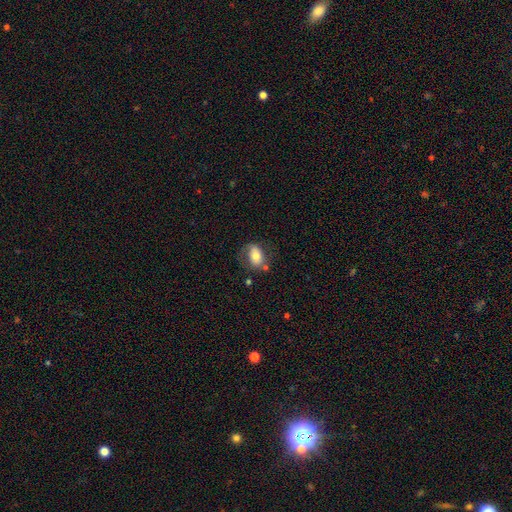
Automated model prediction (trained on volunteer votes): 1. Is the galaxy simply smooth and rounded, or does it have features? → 65% smooth, 28% featured or disk, 7% star or artifact.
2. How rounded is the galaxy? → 84% in between, 13% round, 2% cigar-shaped.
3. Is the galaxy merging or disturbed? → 55% none, 24% minor disturbance, 13% major disturbance, 8% merger.